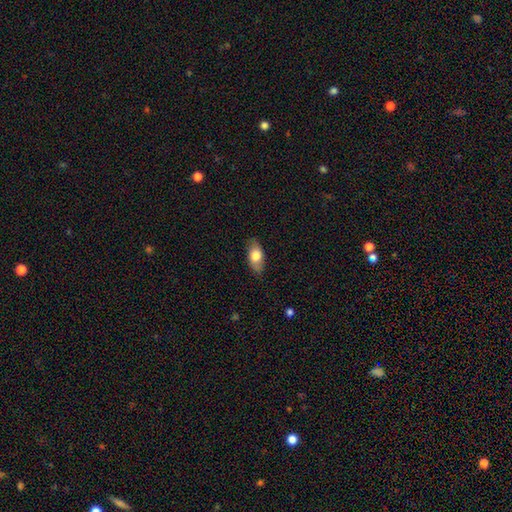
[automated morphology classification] This is likely a smooth galaxy (74%). How rounded: clearly in between (89%). Merging: clearly none (83%).